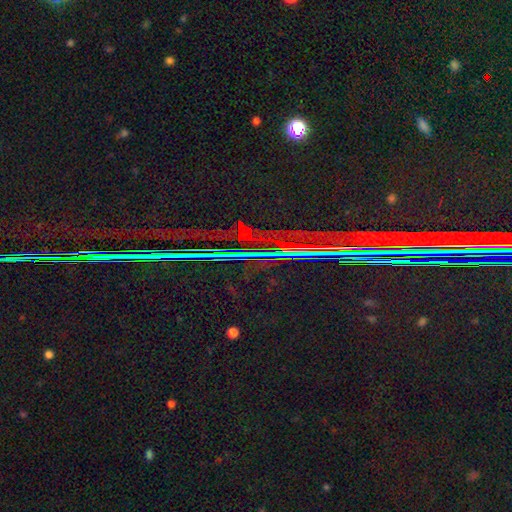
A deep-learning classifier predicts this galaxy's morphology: The model was most divided on "smooth or featured": star or artifact: 87%, featured or disk: 7%, smooth: 6%.